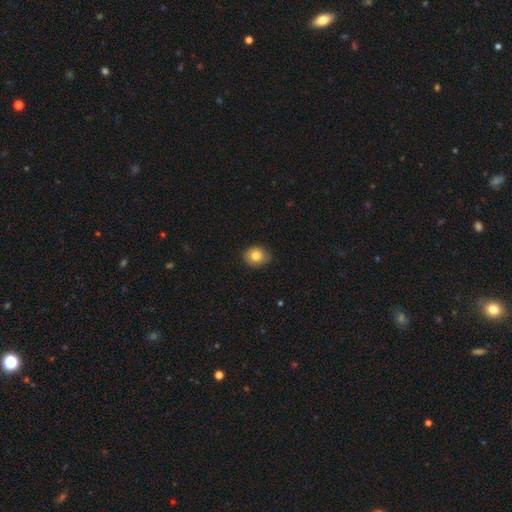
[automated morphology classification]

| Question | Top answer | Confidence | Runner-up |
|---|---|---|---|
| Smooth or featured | smooth | 82% | star or artifact (9%) |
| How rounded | round | 64% | in between (36%) |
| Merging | none | 80% | minor disturbance (16%) |